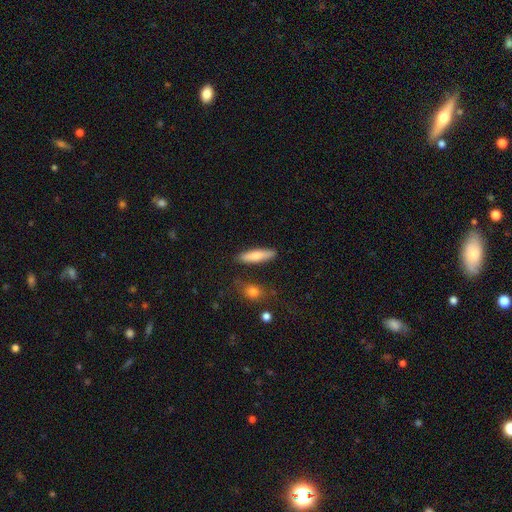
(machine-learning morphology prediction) Smooth or featured? Predicted: smooth (p=0.74). How rounded? Predicted: cigar-shaped (p=0.73). Merging? Predicted: none (p=0.83).